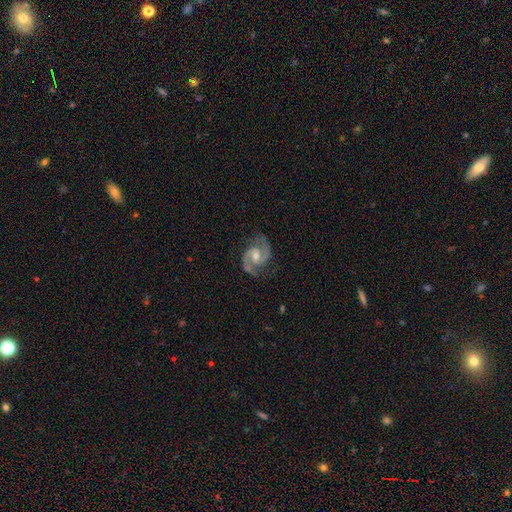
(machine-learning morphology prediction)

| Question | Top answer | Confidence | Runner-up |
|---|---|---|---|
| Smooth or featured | featured or disk | 93% | star or artifact (4%) |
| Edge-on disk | no | 98% | yes (2%) |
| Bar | weak | 48% | no (40%) |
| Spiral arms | yes | 98% | no (2%) |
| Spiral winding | medium | 64% | tight (23%) |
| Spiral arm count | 2 | 94% | can't tell (2%) |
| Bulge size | moderate | 62% | small (32%) |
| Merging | none | 80% | minor disturbance (15%) |